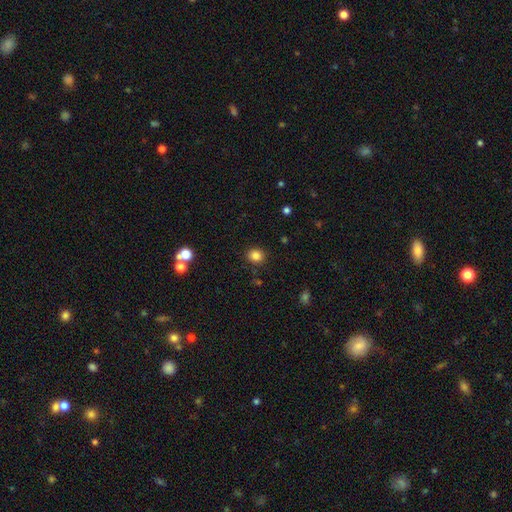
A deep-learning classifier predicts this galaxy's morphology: The model was most divided on "how rounded": round: 80%, in between: 19%, cigar-shaped: 1%. More confident: merging — none (88%); smooth or featured — smooth (84%).